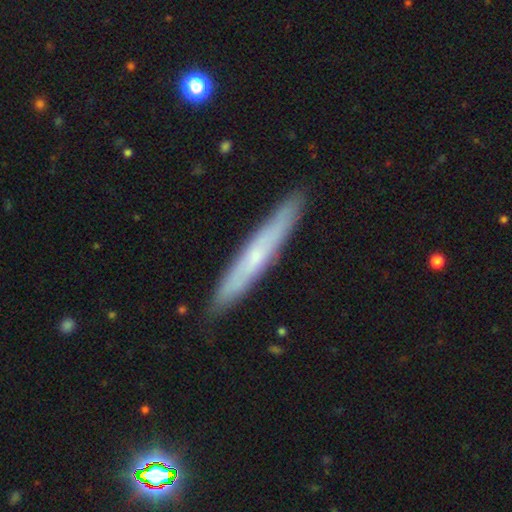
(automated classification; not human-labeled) The model was most divided on "smooth or featured": featured or disk: 50%, smooth: 44%, star or artifact: 6%. More confident: merging — none (90%).